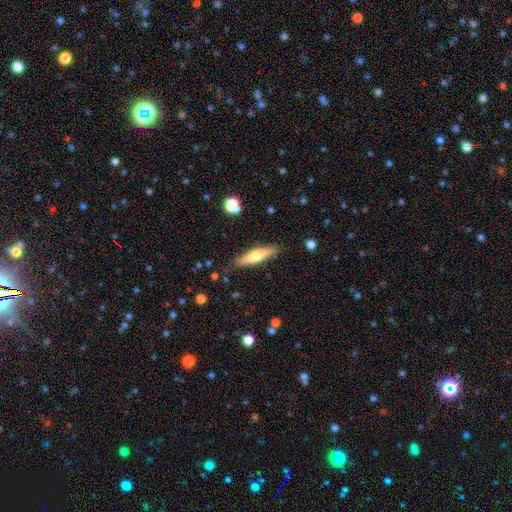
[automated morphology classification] smooth_or_featured: smooth (p=0.52) [alt: featured or disk p=0.42]
how_rounded: cigar-shaped (p=0.77) [alt: in between p=0.21]
merging: none (p=0.84) [alt: minor disturbance p=0.11]